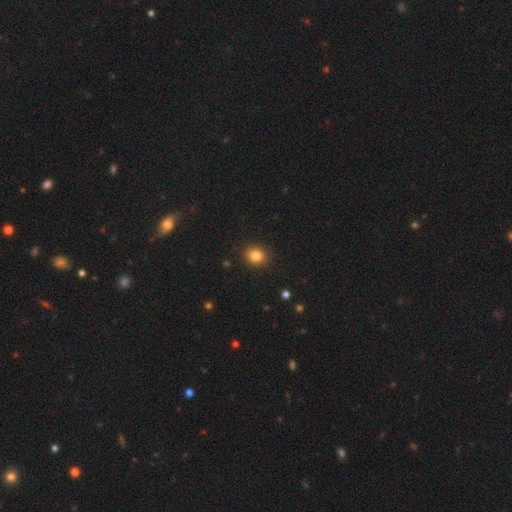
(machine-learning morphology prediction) Smooth or featured? smooth (83%)
How rounded? round (73%)
Merging? none (91%)